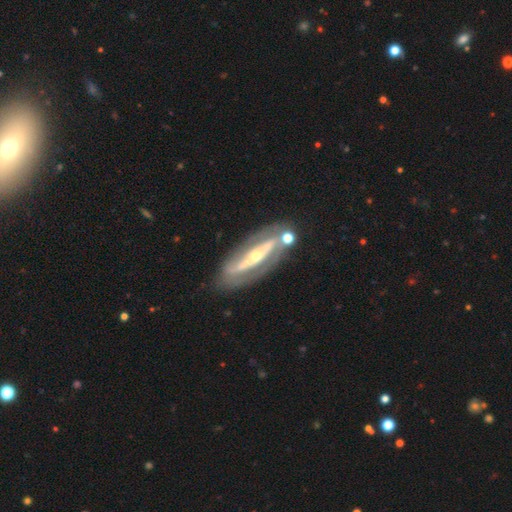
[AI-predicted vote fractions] featured or disk 83%, smooth 12%, star or artifact 5%. Down the decision tree: edge-on disk — no (73%); bar — strong (59%); spiral arms — yes (66%); bulge size — small (48%); merging — none (74%).